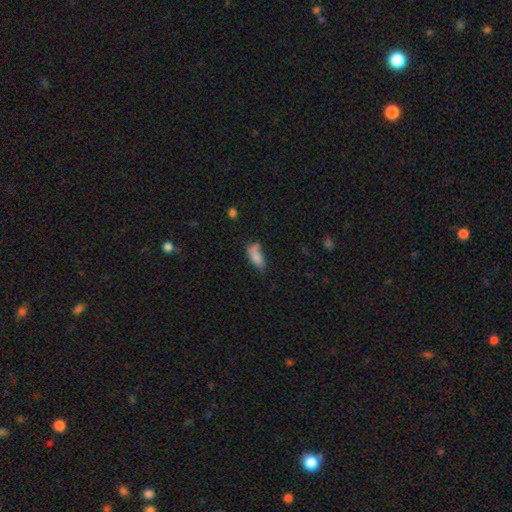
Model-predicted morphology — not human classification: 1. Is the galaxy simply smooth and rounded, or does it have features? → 78% smooth, 12% featured or disk, 9% star or artifact.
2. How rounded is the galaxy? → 81% in between, 16% cigar-shaped, 3% round.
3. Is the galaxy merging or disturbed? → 42% none, 28% minor disturbance, 16% merger, 13% major disturbance.